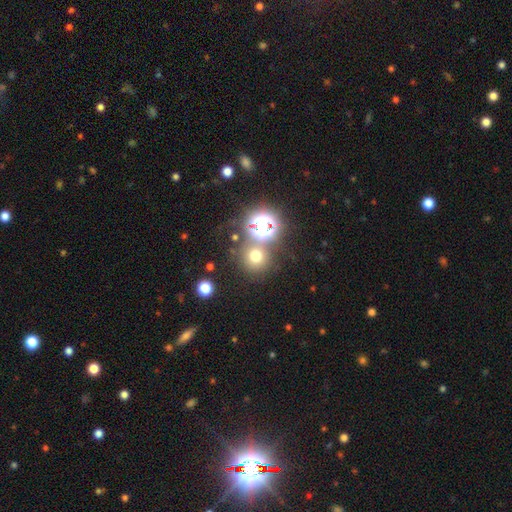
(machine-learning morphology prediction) type=smooth (61%); roundness=round (91%); merging=none (69%).